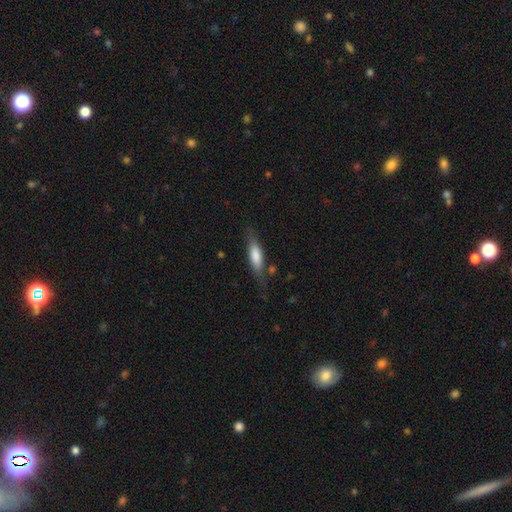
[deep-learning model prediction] Overall: smooth (70%). How rounded: cigar-shaped (59%; in between 39%). Merging: none (71%).